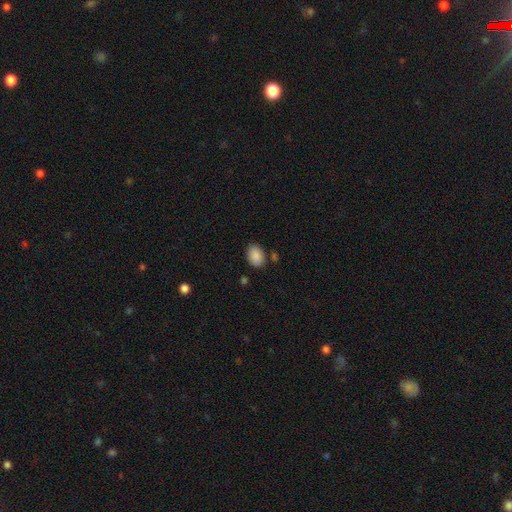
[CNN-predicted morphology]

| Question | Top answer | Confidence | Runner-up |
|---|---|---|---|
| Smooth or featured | smooth | 88% | star or artifact (8%) |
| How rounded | in between | 75% | round (24%) |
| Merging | none | 78% | minor disturbance (15%) |